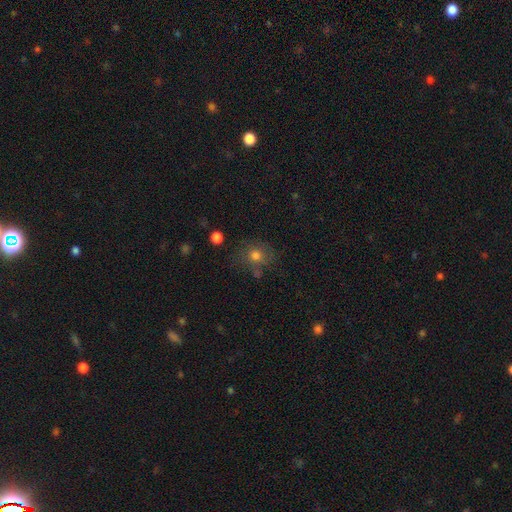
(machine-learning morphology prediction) A smooth galaxy with no disk features (73%) that is round (75%).

Vote fractions:
- Smooth or featured? smooth: 73% / star or artifact: 15% / featured or disk: 12%
- How rounded? round: 75% / in between: 24% / cigar-shaped: 1%
- Merging? none: 69% / minor disturbance: 17% / major disturbance: 7% / merger: 6%